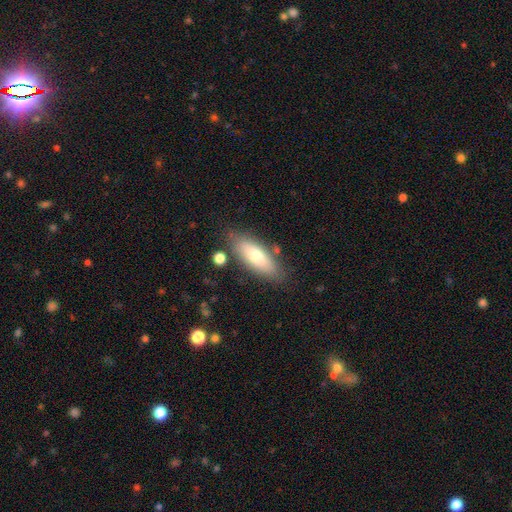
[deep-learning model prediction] Smooth or featured?
  - smooth: 72% *
  - featured or disk: 22%
  - star or artifact: 6%
How rounded?
  - in between: 67% *
  - cigar-shaped: 31%
  - round: 2%
Merging?
  - none: 78% *
  - minor disturbance: 14%
  - merger: 4%
  - major disturbance: 4%